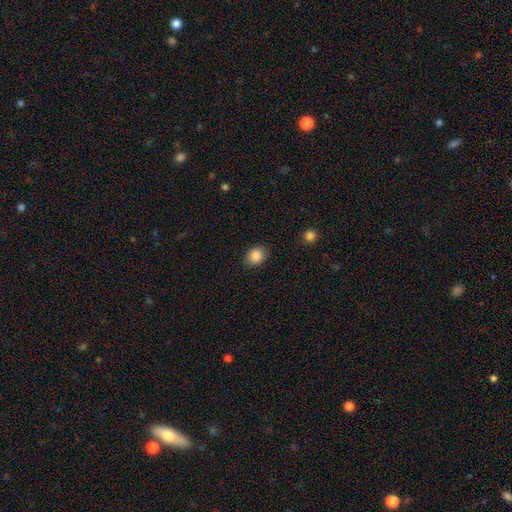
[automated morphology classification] A smooth galaxy with no disk features (87%) that is round (60%). Merging: none (86%).